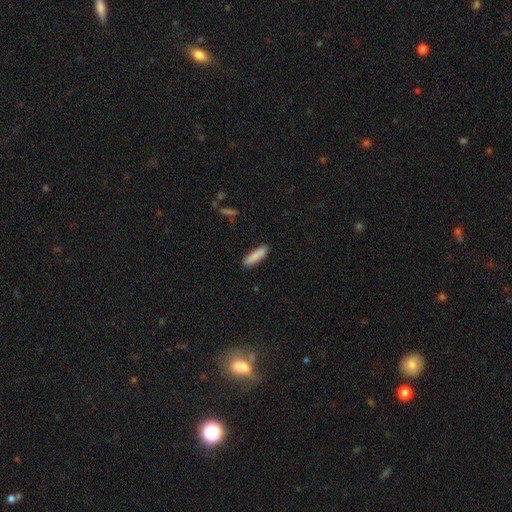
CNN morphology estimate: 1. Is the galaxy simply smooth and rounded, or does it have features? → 87% smooth, 7% featured or disk, 6% star or artifact.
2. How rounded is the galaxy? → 71% cigar-shaped, 27% in between, 1% round.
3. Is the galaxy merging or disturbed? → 87% none, 10% minor disturbance, 2% major disturbance, 1% merger.